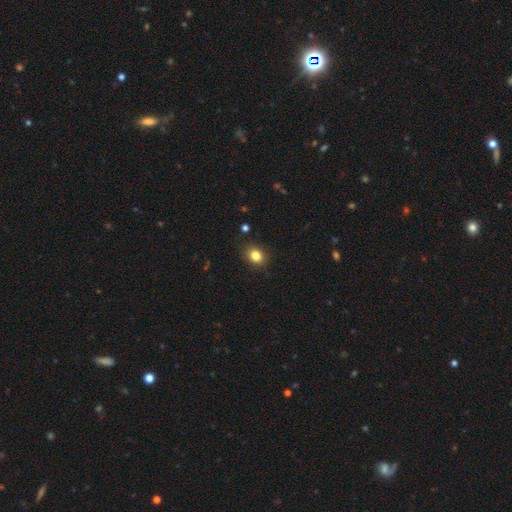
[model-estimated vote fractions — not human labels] Smooth or featured? Predicted: smooth (p=0.83). How rounded? Predicted: round (p=0.57). Merging? Predicted: none (p=0.86).